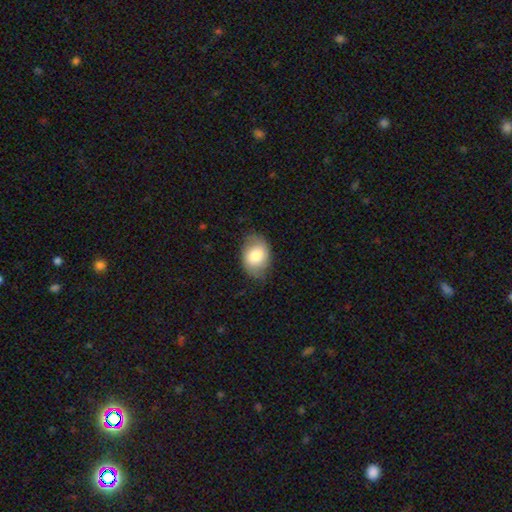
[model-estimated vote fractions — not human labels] smooth 72%, featured or disk 21%, star or artifact 7%. Down the decision tree: how rounded — in between (78%); merging — none (72%).